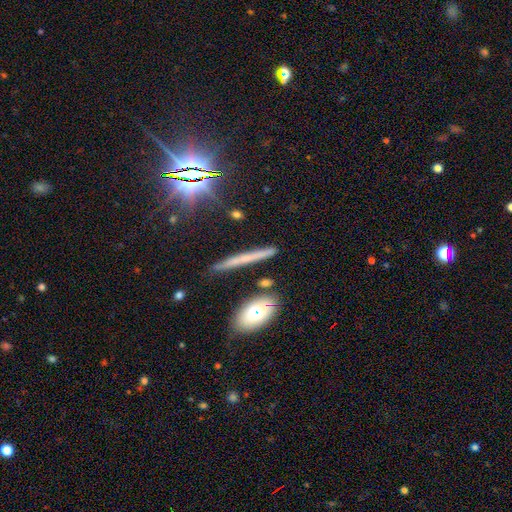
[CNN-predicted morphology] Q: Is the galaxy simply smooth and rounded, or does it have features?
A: smooth — 42%.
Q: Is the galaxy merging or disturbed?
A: none — 83%.